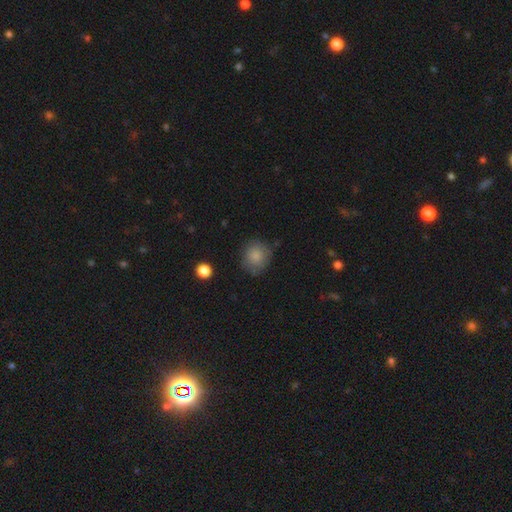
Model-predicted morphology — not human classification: Overall: smooth (84%). How rounded: round (84%). Merging: none (76%).